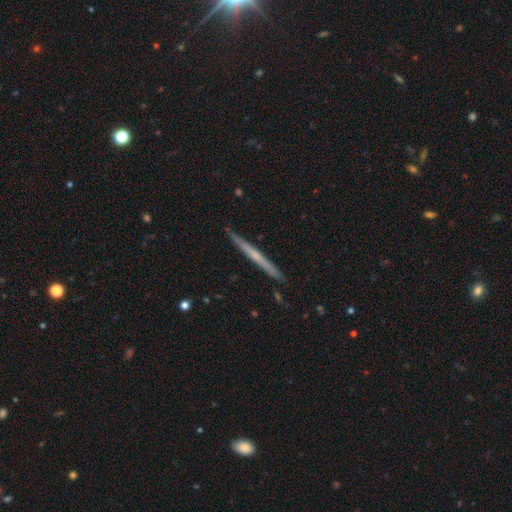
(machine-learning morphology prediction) This is possibly a featured or disk galaxy (60%). It is clearly viewed edge-on (98%). Edge-on bulge: likely none (66%). Merging: clearly none (90%).